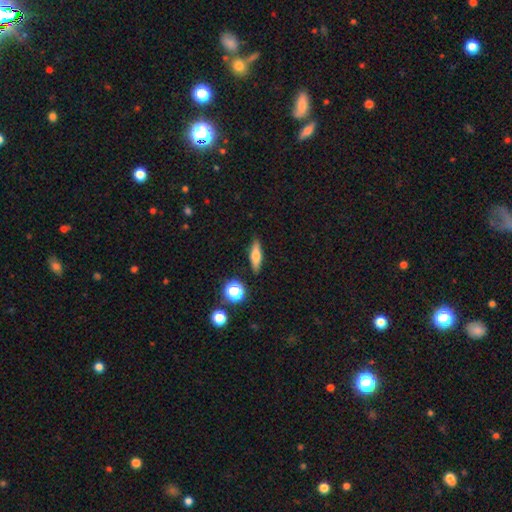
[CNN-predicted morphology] smooth_or_featured: smooth (p=0.61) [alt: featured or disk p=0.29]
how_rounded: cigar-shaped (p=0.58) [alt: in between p=0.36]
merging: none (p=0.87) [alt: minor disturbance p=0.09]